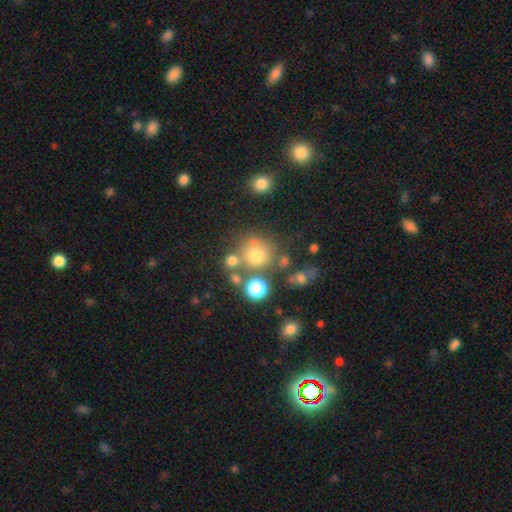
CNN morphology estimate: This is likely a smooth galaxy (70%). How rounded: clearly round (88%). Merging: likely none (63%).